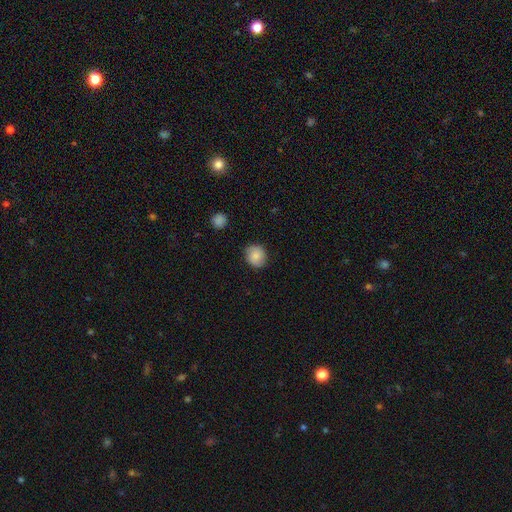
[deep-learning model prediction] This is likely a smooth galaxy (80%). How rounded: clearly round (81%). Merging: clearly none (83%).